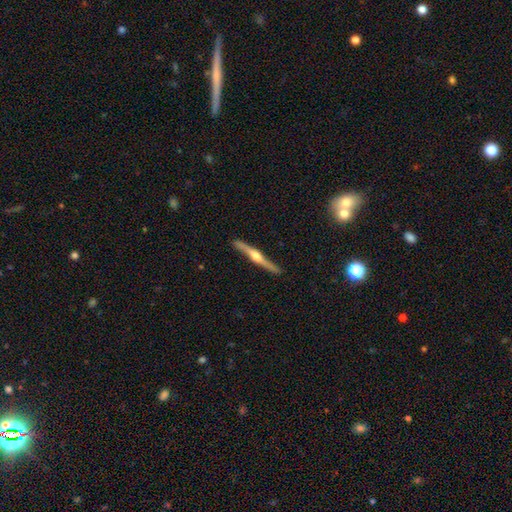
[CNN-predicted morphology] type=featured or disk (78%); edge-on=yes (97%); edge-on bulge=rounded (91%); merging=none (88%).